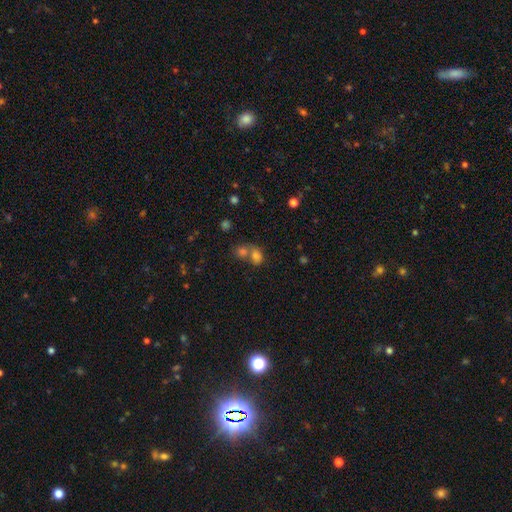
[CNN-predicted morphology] The model was most divided on "how rounded": in between: 60%, round: 39%, cigar-shaped: 1%. More confident: smooth or featured — smooth (76%); merging — merger (57%).